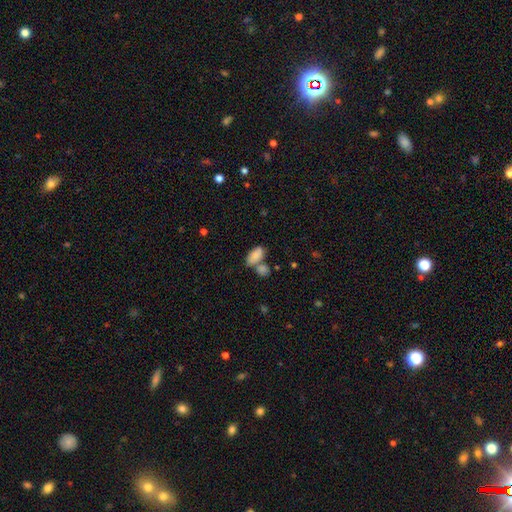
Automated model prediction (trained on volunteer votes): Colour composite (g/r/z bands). It shows a smooth galaxy with no disk features (82%) that is in between round and cigar-shaped (91%). Merging: merger (42%).